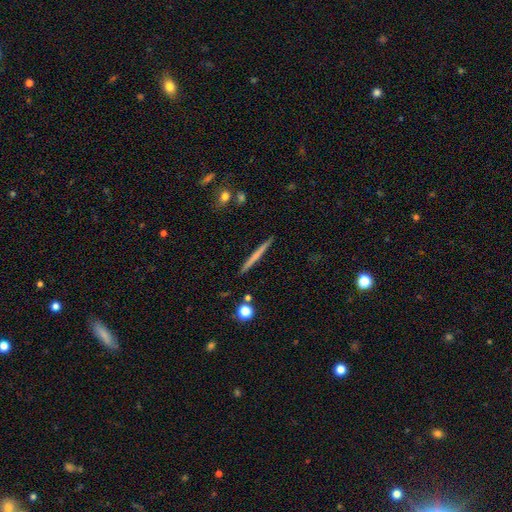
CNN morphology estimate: smooth_or_featured: smooth (p=0.54) [alt: featured or disk p=0.39]
how_rounded: cigar-shaped (p=0.96) [alt: in between p=0.02]
merging: none (p=0.92) [alt: minor disturbance p=0.05]